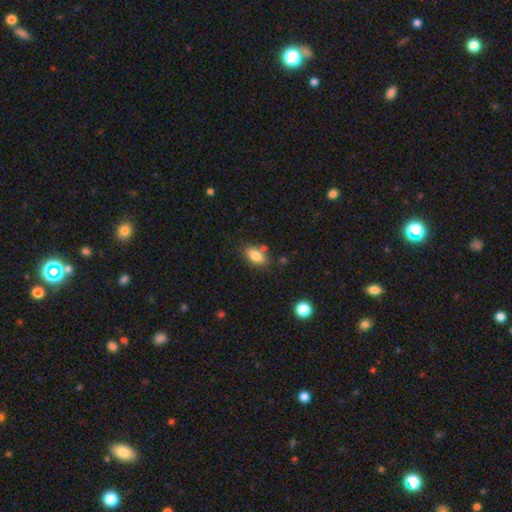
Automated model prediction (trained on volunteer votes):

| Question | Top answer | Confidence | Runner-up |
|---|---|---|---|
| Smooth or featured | smooth | 82% | featured or disk (10%) |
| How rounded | in between | 89% | cigar-shaped (5%) |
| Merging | none | 73% | minor disturbance (14%) |